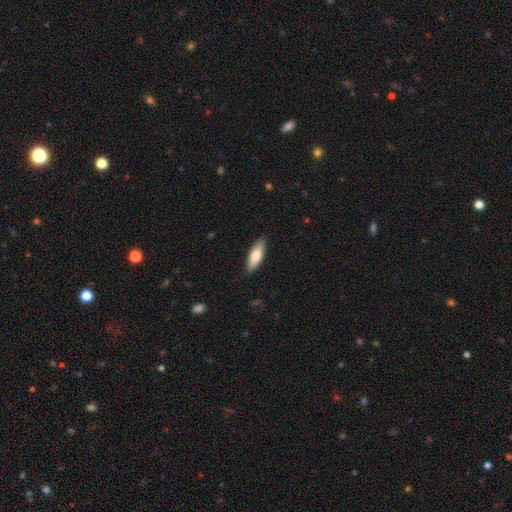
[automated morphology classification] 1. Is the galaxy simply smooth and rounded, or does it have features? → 74% smooth, 21% featured or disk, 6% star or artifact.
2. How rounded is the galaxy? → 64% in between, 34% cigar-shaped, 2% round.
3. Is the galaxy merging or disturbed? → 87% none, 10% minor disturbance, 2% major disturbance, 1% merger.